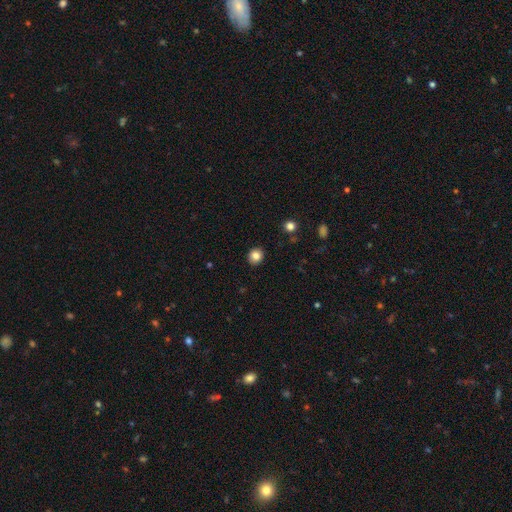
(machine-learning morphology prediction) Overall: smooth (84%). How rounded: round (81%). Merging: none (91%).